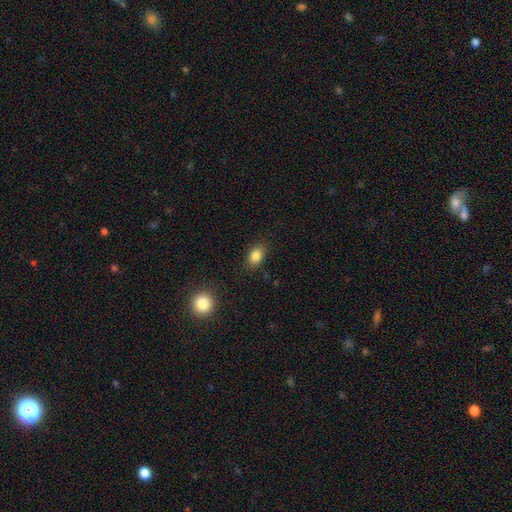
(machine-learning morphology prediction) type=smooth (84%); roundness=in between (81%); merging=none (84%).